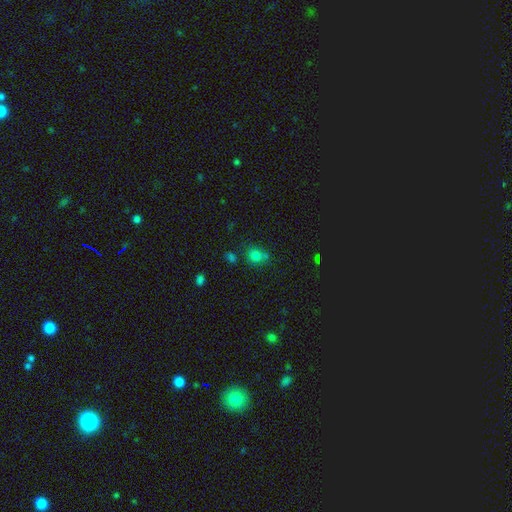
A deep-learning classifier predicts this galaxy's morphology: smooth_or_featured: smooth (p=0.76) [alt: star or artifact p=0.16]
how_rounded: round (p=0.74) [alt: in between p=0.25]
merging: none (p=0.61) [alt: merger p=0.18]